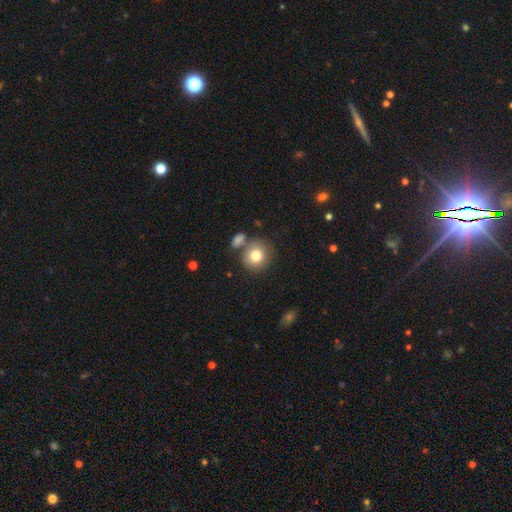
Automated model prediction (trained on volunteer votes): Smooth or featured: smooth — 79% (featured or disk — 12%)
How rounded: round — 84% (in between — 15%)
Merging: none — 66% (merger — 18%)